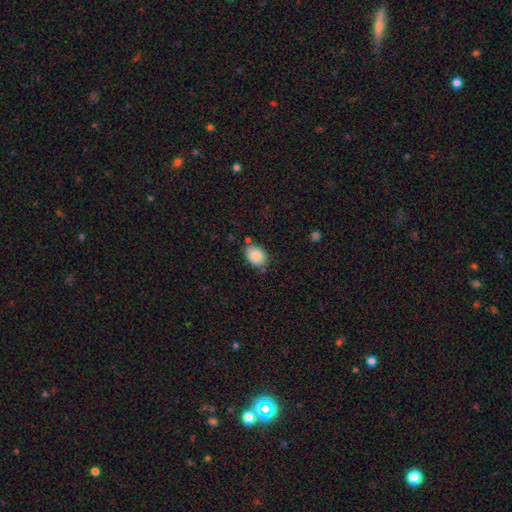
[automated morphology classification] Overall: smooth (87%). How rounded: in between (70%). Merging: none (73%).